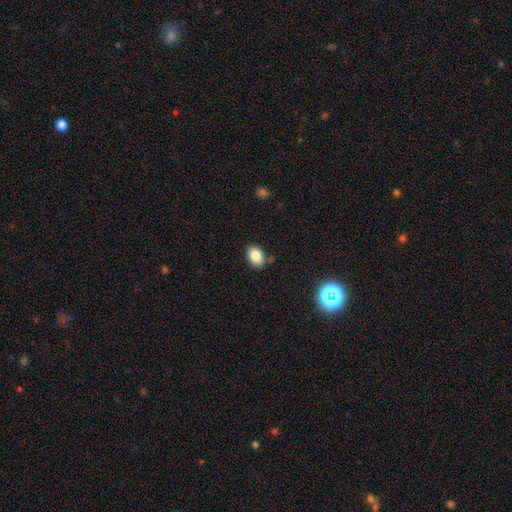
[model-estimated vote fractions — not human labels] Smooth or featured? Predicted: smooth (p=0.85). How rounded? Predicted: in between (p=0.82). Merging? Predicted: none (p=0.81).